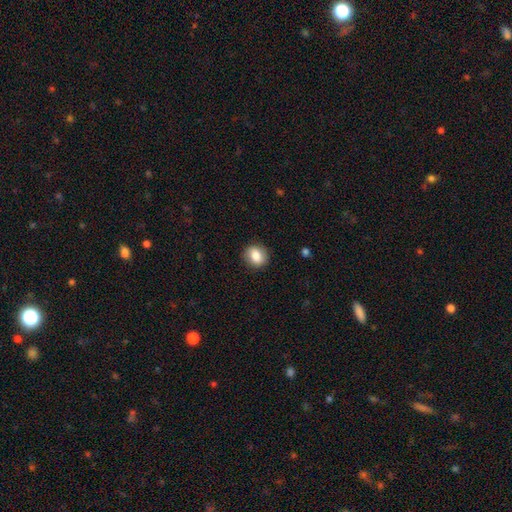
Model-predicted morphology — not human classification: Q: Smooth or featured?
A: smooth (81%); runner-up: featured or disk (11%)
Q: How rounded?
A: round (68%); runner-up: in between (31%)
Q: Merging?
A: none (87%); runner-up: minor disturbance (9%)